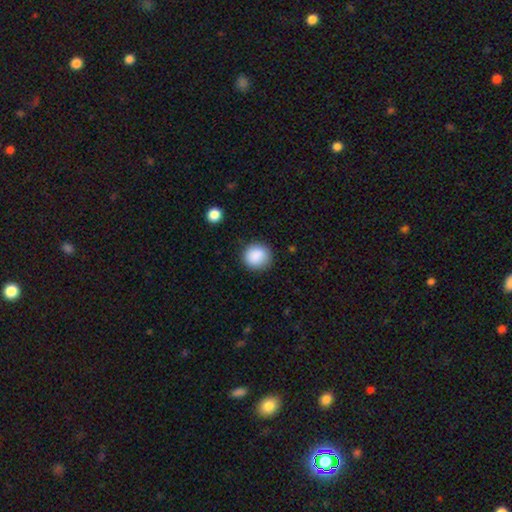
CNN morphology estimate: smooth-or-featured: smooth: 88% | star or artifact: 8% | featured or disk: 4%
  how-rounded: round: 89% | in between: 10% | cigar-shaped: 1%
  merging: none: 86% | minor disturbance: 10% | major disturbance: 3% | merger: 1%